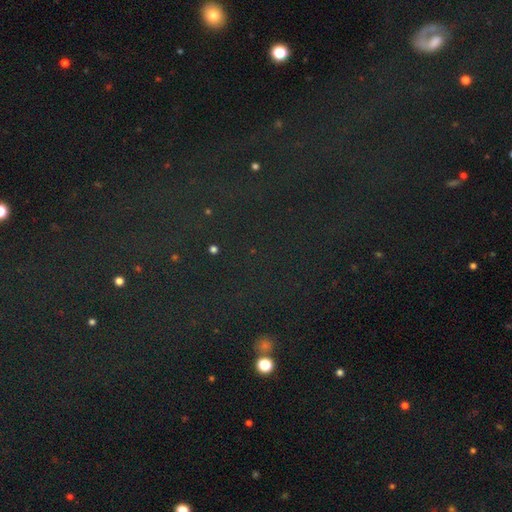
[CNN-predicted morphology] Overall: star or artifact (79%).